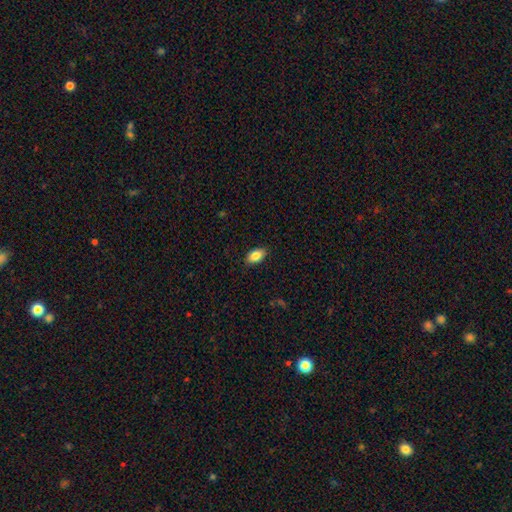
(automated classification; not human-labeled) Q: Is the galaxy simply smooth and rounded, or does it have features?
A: smooth — 85%.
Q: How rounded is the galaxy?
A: in between — 92%.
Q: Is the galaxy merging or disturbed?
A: none — 88%.